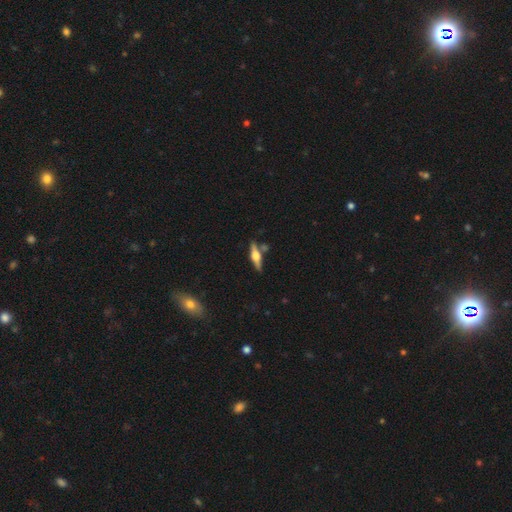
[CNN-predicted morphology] Smooth or featured? featured or disk (67%)
Edge-on disk? yes (96%)
Edge-on bulge? rounded (93%)
Merging? none (77%)